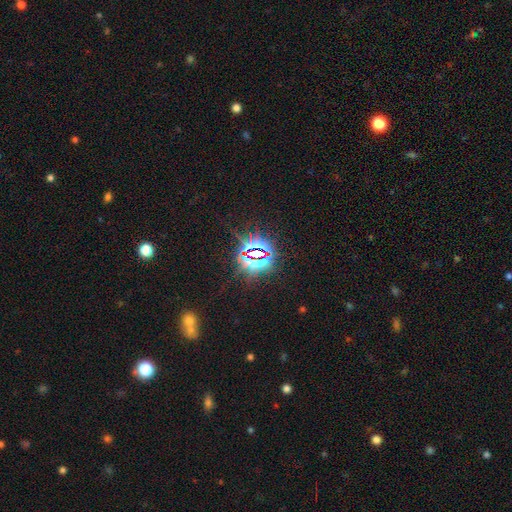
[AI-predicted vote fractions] Morphology: type=star or artifact (82%).